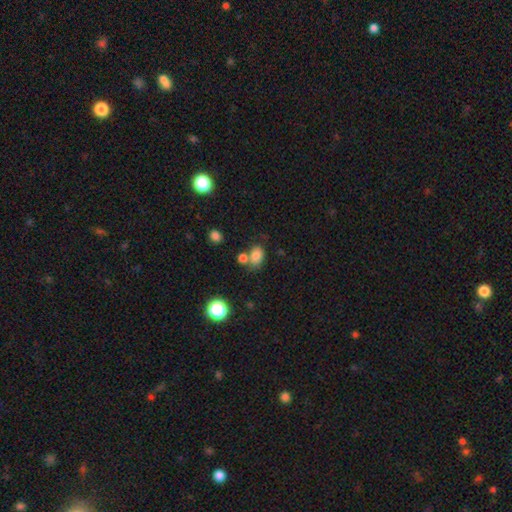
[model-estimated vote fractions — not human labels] smooth-or-featured: smooth: 80% | star or artifact: 12% | featured or disk: 8%
  how-rounded: in between: 72% | round: 27% | cigar-shaped: 1%
  merging: none: 55% | merger: 26% | minor disturbance: 14% | major disturbance: 5%